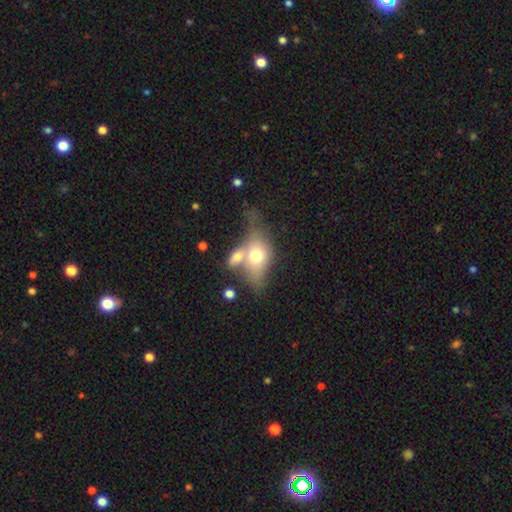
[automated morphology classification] Smooth or featured? Predicted: smooth (p=0.62). How rounded? Predicted: in between (p=0.76). Merging? Predicted: merger (p=0.47).